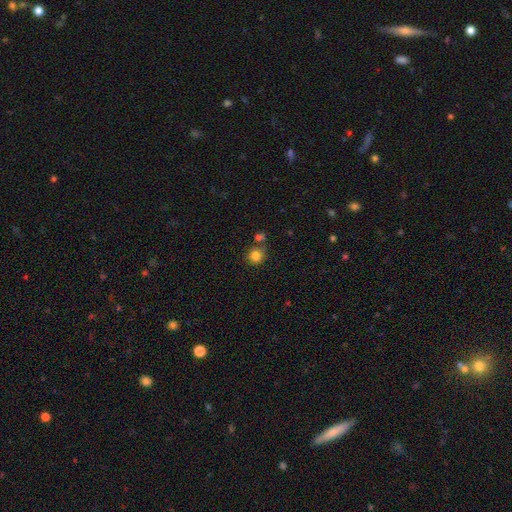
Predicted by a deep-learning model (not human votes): smooth 82%, star or artifact 11%, featured or disk 7%. Down the decision tree: how rounded — round (85%); merging — none (66%).